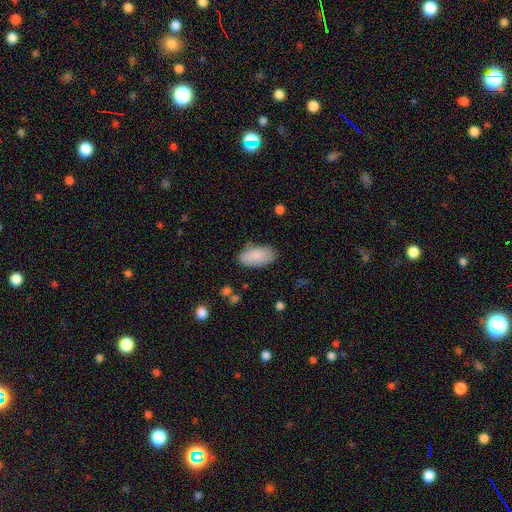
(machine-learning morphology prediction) The model was most divided on "merging": none: 79%, minor disturbance: 15%, major disturbance: 3%, merger: 2%. More confident: how rounded — in between (95%); smooth or featured — smooth (87%).